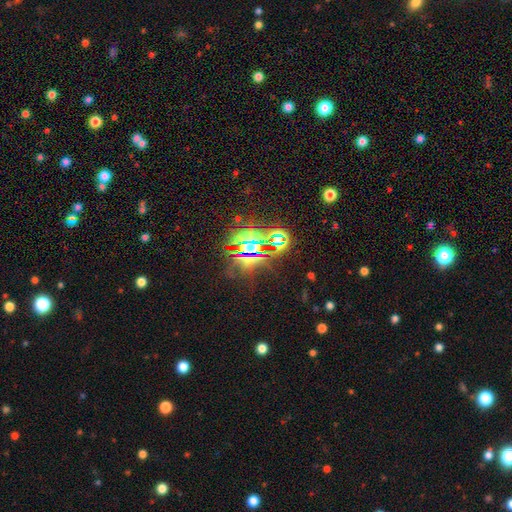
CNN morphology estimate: A star or artifact, not a galaxy (82%).